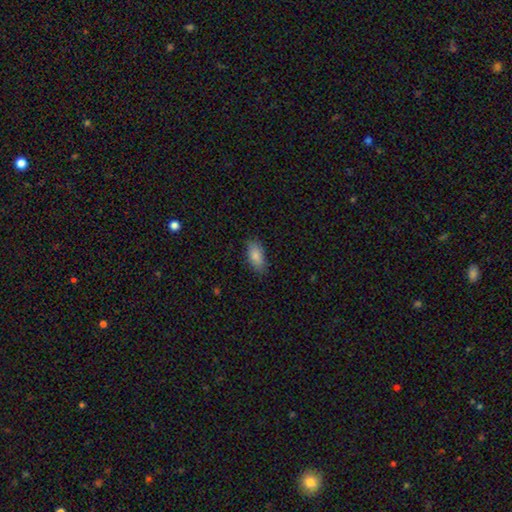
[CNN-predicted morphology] type=smooth (85%); roundness=in between (89%); merging=none (82%).